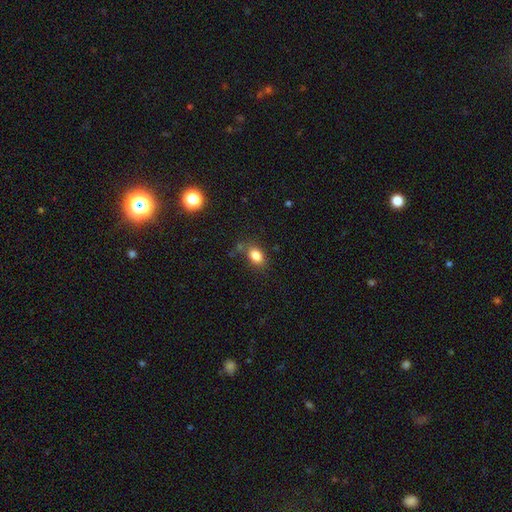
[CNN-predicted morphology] This is clearly a smooth galaxy (83%). How rounded: clearly in between (82%). Merging: likely none (73%).